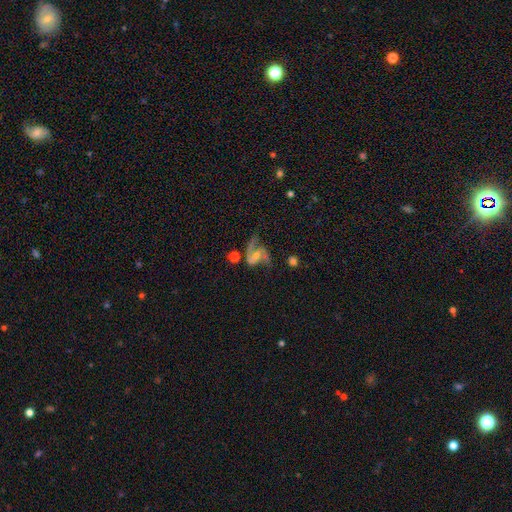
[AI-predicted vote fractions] A featured or disk galaxy (83%) with no bar (43%), 2 (86%) loose (49%) spiral arms (94%) and a small central bulge (47%). Merging: none (50%).